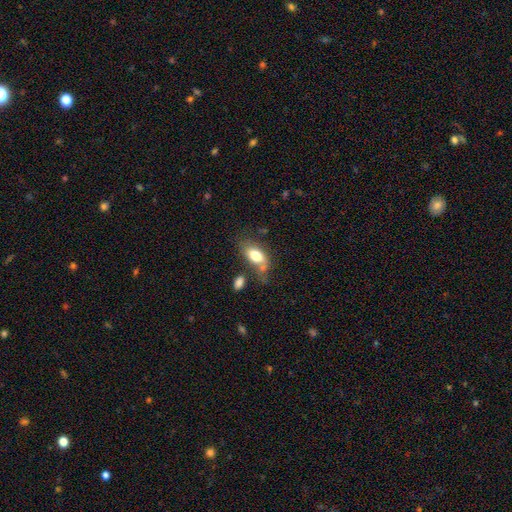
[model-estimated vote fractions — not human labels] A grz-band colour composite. It shows a smooth galaxy with no disk features (75%) that is in between round and cigar-shaped (88%). Merging: none (50%).